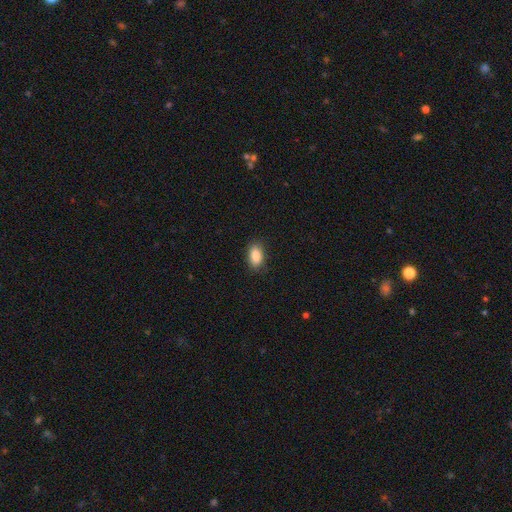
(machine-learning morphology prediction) Overall: smooth (88%). How rounded: in between (91%). Merging: none (85%).